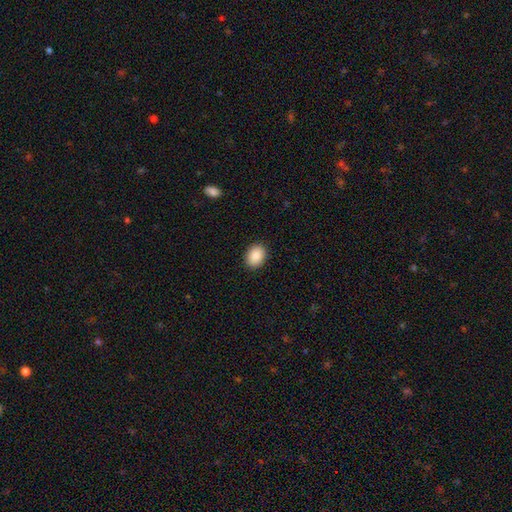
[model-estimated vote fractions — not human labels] Overall: smooth (89%). How rounded: in between (63%; round 36%). Merging: none (90%).